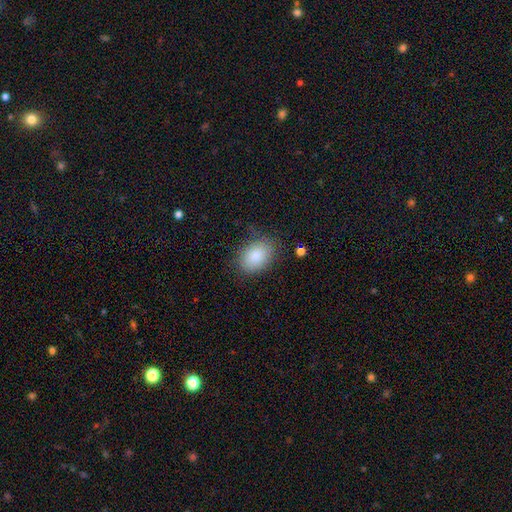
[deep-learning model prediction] Smooth or featured?
  - smooth: 85% *
  - star or artifact: 7%
  - featured or disk: 7%
How rounded?
  - in between: 80% *
  - round: 19%
  - cigar-shaped: 1%
Merging?
  - none: 77% *
  - minor disturbance: 16%
  - major disturbance: 5%
  - merger: 2%